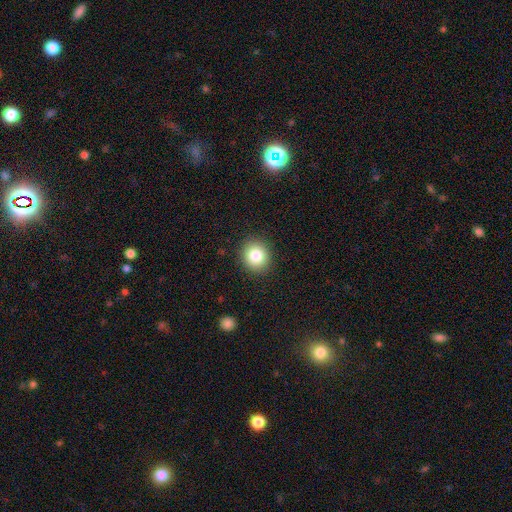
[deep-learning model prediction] Smooth or featured?
  - smooth: 83% *
  - star or artifact: 10%
  - featured or disk: 7%
How rounded?
  - round: 78% *
  - in between: 21%
  - cigar-shaped: 1%
Merging?
  - none: 90% *
  - minor disturbance: 7%
  - major disturbance: 2%
  - merger: 1%